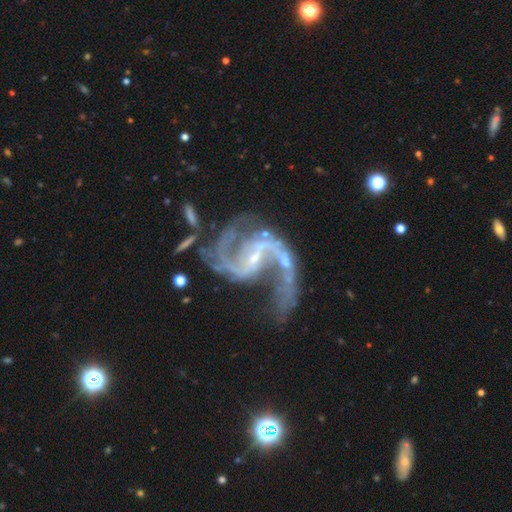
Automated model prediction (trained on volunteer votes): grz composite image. It shows a featured or disk galaxy (93%) with a weak bar (41%), 2 (85%) loose (49%) spiral arms (98%) and a small central bulge (82%). Merging: none (42%).